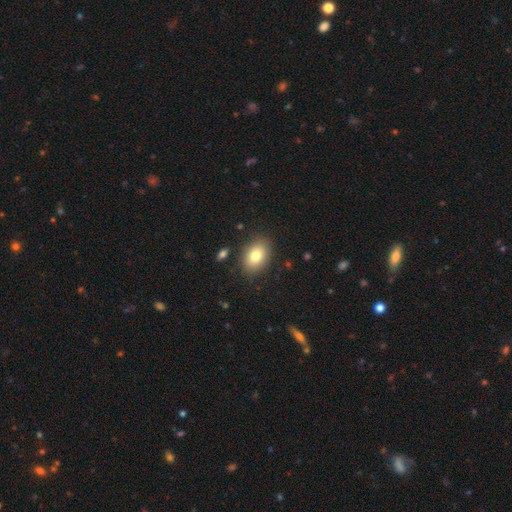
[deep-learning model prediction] A smooth galaxy with no disk features (80%) that is in between round and cigar-shaped (79%).

Vote fractions:
- Smooth or featured? smooth: 80% / featured or disk: 11% / star or artifact: 9%
- How rounded? in between: 79% / round: 19% / cigar-shaped: 1%
- Merging? none: 85% / minor disturbance: 10% / major disturbance: 3% / merger: 2%